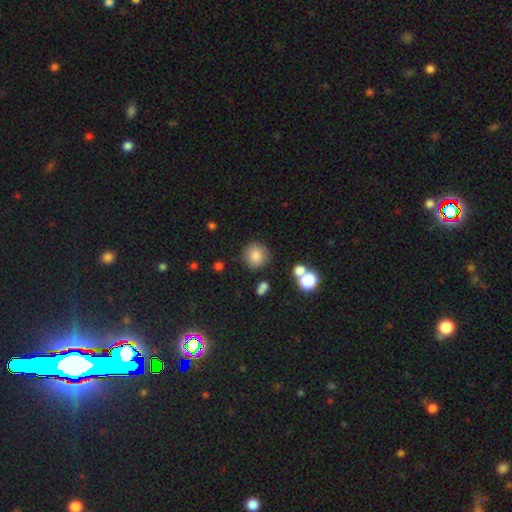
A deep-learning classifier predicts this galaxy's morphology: A smooth galaxy with no disk features (82%) that is round (90%). Merging: none (82%).